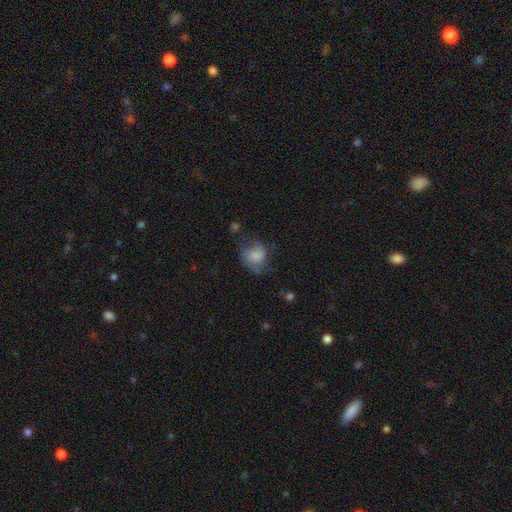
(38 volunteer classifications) smooth 71%, featured or disk 24%, star or artifact 5%. Down the decision tree: how rounded — round (56%); merging — none (56%).